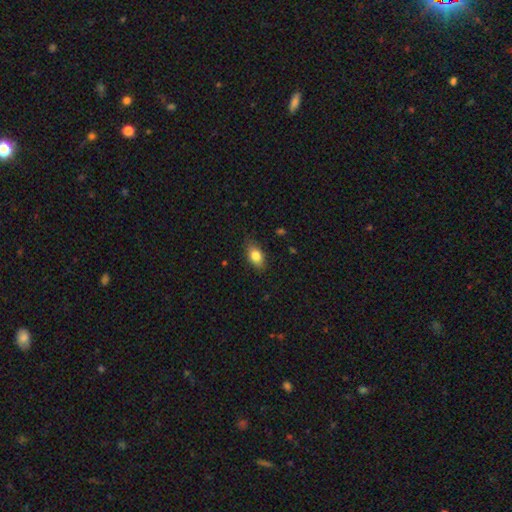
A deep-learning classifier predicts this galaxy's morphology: Overall: smooth (81%). How rounded: in between (86%). Merging: none (81%).